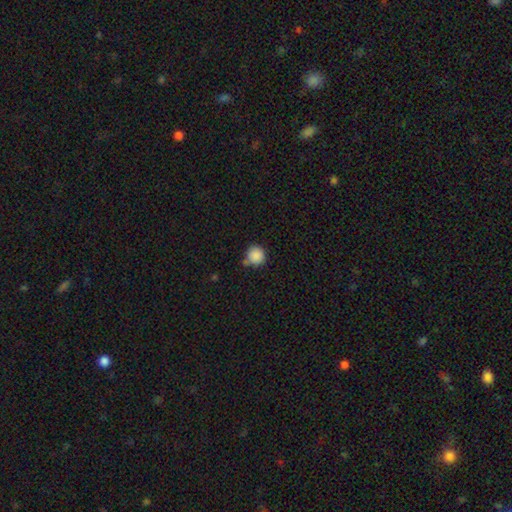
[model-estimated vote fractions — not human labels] The model was most divided on "merging": none: 67%, minor disturbance: 18%, merger: 12%, major disturbance: 4%. More confident: how rounded — round (93%); smooth or featured — smooth (87%).